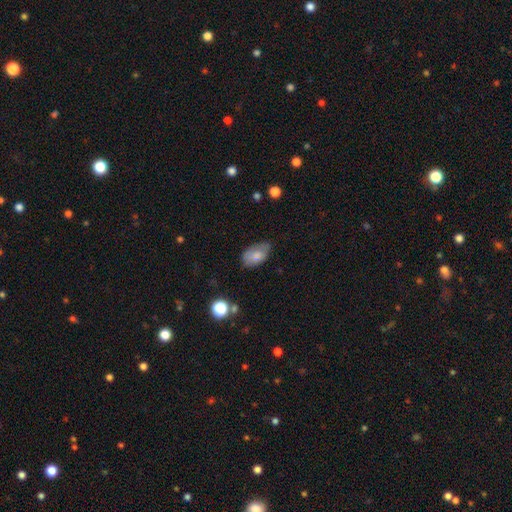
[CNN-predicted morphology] Smooth or featured? Predicted: smooth (p=0.73). How rounded? Predicted: in between (p=0.91). Merging? Predicted: none (p=0.56).